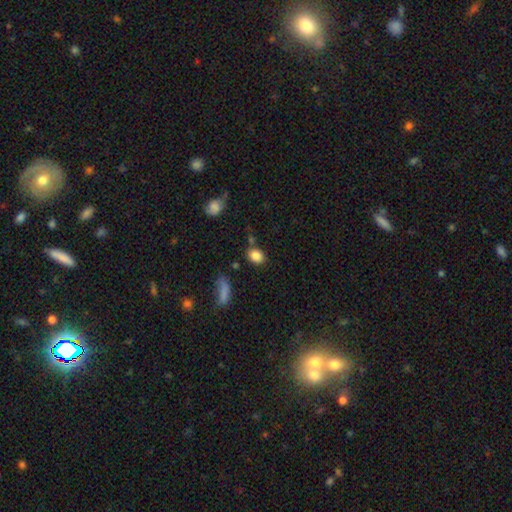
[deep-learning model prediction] Morphology: type=smooth (85%); roundness=in between (62%); merging=none (74%).